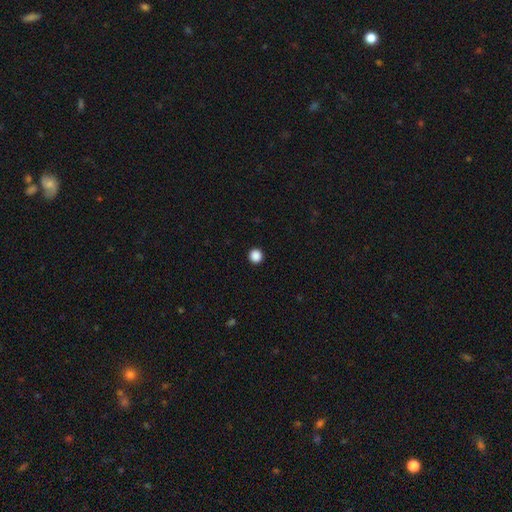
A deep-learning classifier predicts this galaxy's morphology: Overall: smooth (88%). How rounded: round (95%). Merging: none (94%).